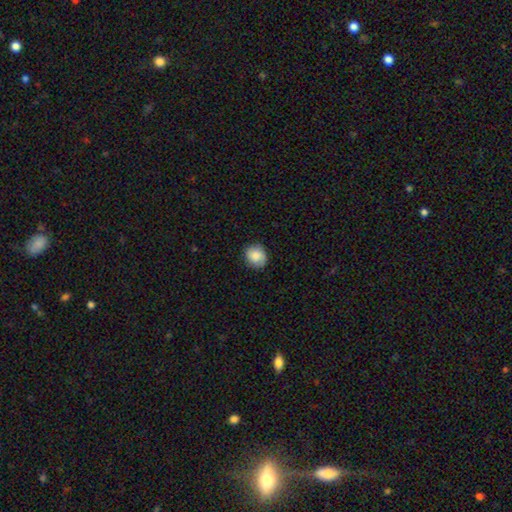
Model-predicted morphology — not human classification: smooth-or-featured: smooth: 84% | featured or disk: 8% | star or artifact: 8%
  how-rounded: round: 69% | in between: 30% | cigar-shaped: 1%
  merging: none: 84% | minor disturbance: 13% | major disturbance: 3% | merger: 1%